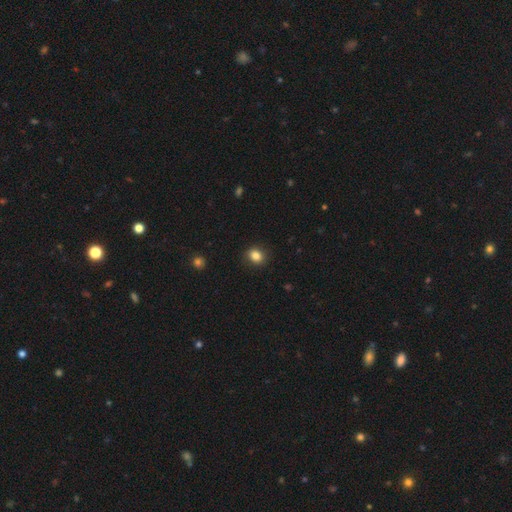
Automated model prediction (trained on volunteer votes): Smooth or featured?
  - smooth: 85% *
  - star or artifact: 10%
  - featured or disk: 5%
How rounded?
  - round: 53% *
  - in between: 46%
  - cigar-shaped: 1%
Merging?
  - none: 89% *
  - minor disturbance: 8%
  - major disturbance: 2%
  - merger: 1%